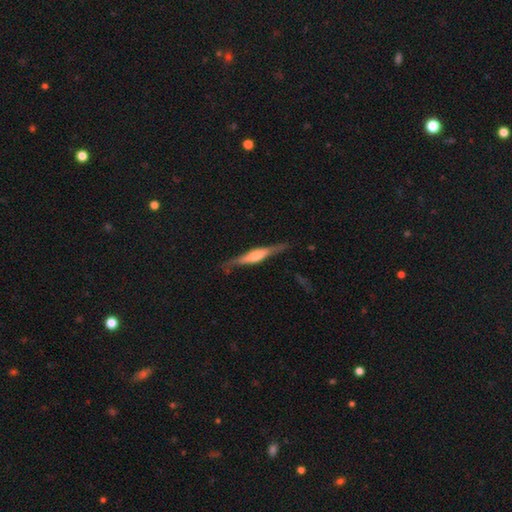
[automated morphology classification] Smooth or featured?
  - featured or disk: 65% *
  - smooth: 30%
  - star or artifact: 5%
Edge-on disk?
  - yes: 95% *
  - no: 5%
Edge-on bulge?
  - rounded: 71% *
  - boxy: 21%
  - none: 8%
Merging?
  - none: 80% *
  - minor disturbance: 15%
  - major disturbance: 4%
  - merger: 2%